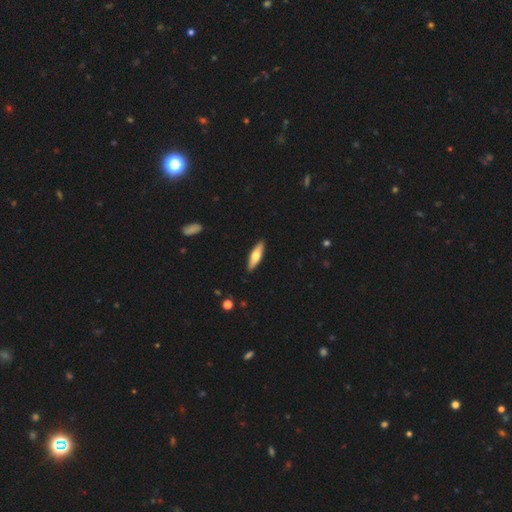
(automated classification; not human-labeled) The model was most divided on "how rounded": cigar-shaped: 59%, in between: 39%, round: 2%. More confident: merging — none (90%); smooth or featured — smooth (61%).